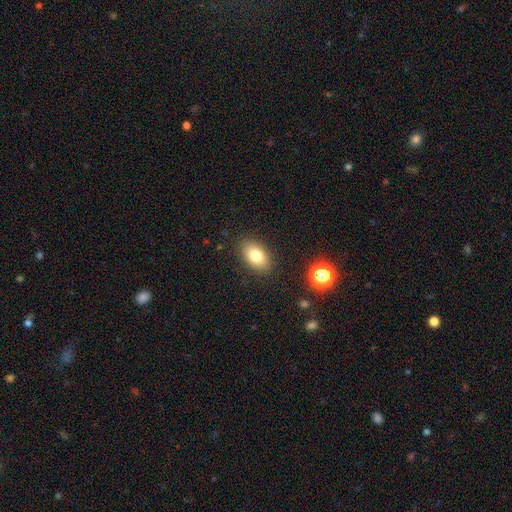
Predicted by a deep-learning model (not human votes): smooth-or-featured: smooth: 79% | featured or disk: 12% | star or artifact: 10%
  how-rounded: in between: 89% | round: 10% | cigar-shaped: 2%
  merging: none: 87% | minor disturbance: 9% | major disturbance: 3% | merger: 1%